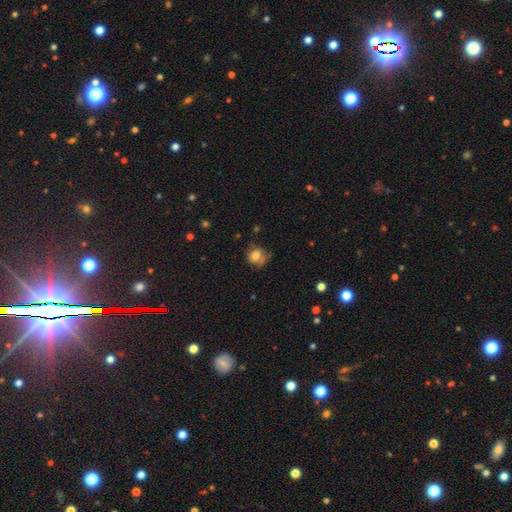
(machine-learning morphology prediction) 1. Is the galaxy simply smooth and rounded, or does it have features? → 70% smooth, 19% featured or disk, 11% star or artifact.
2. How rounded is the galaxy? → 69% round, 30% in between, 1% cigar-shaped.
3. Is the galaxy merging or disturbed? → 51% none, 29% minor disturbance, 15% major disturbance, 5% merger.